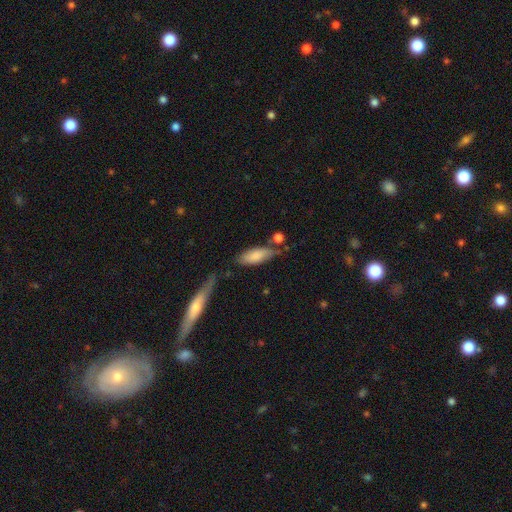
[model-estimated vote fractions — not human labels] smooth_or_featured: smooth (p=0.79) [alt: featured or disk p=0.14]
how_rounded: in between (p=0.67) [alt: cigar-shaped p=0.31]
merging: none (p=0.54) [alt: minor disturbance p=0.26]